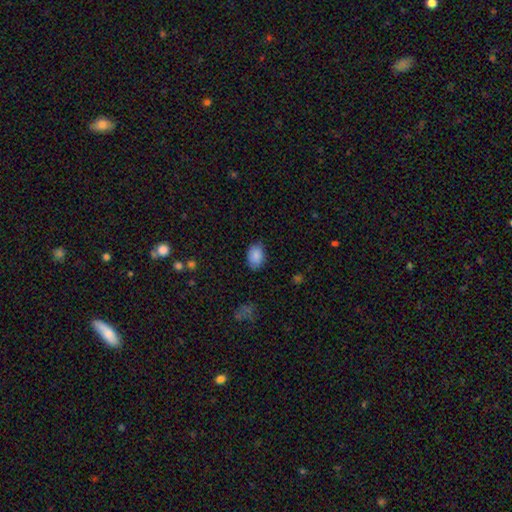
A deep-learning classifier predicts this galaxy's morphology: smooth 87%, star or artifact 7%, featured or disk 6%. Down the decision tree: how rounded — in between (81%); merging — none (78%).